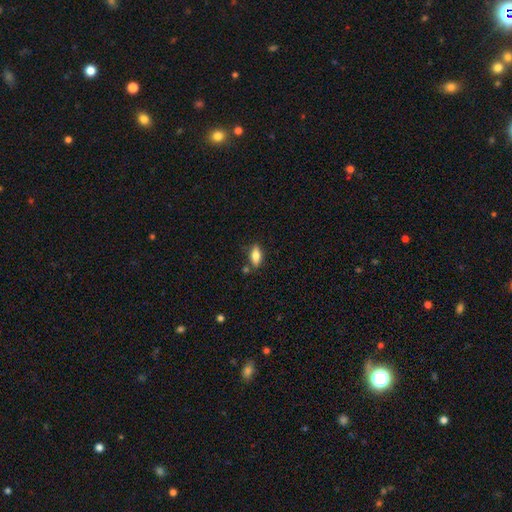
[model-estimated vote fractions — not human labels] The model was most divided on "how rounded": in between: 80%, cigar-shaped: 17%, round: 3%. More confident: smooth or featured — smooth (78%); merging — none (78%).